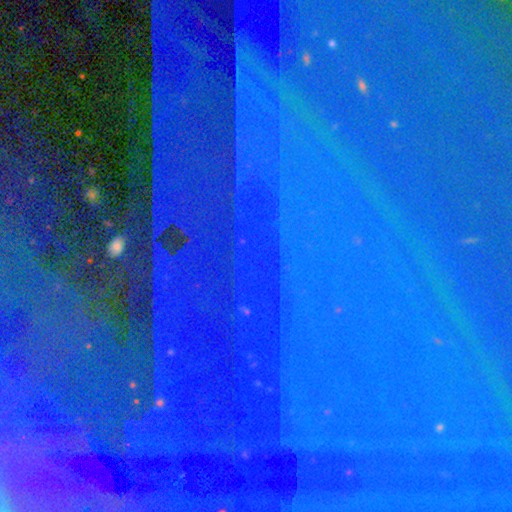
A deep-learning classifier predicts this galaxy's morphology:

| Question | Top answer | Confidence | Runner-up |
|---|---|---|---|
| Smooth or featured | star or artifact | 87% | featured or disk (7%) |